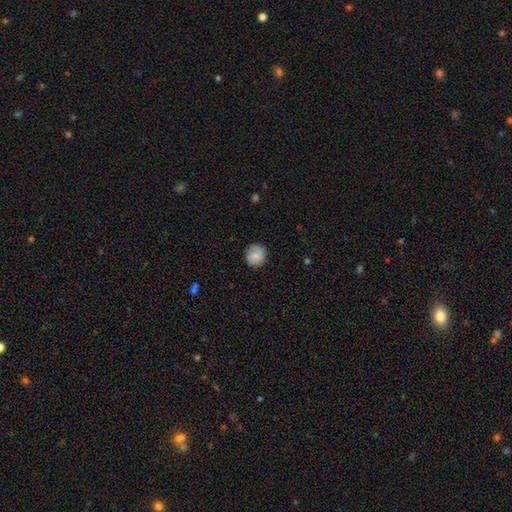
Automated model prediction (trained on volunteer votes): The model was most divided on "smooth or featured": smooth: 76%, featured or disk: 16%, star or artifact: 8%. More confident: how rounded — round (87%); merging — none (78%).